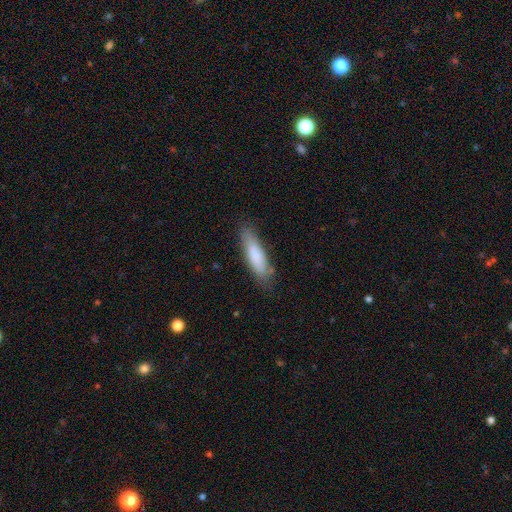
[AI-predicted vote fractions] This appears to be a smooth galaxy with no disk features (81%) that is cigar-shaped (65%). Merging: none (78%).